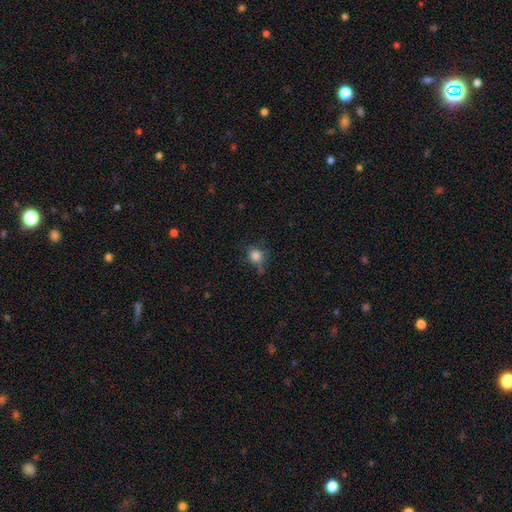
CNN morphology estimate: type=smooth (81%); roundness=round (76%); merging=none (58%).